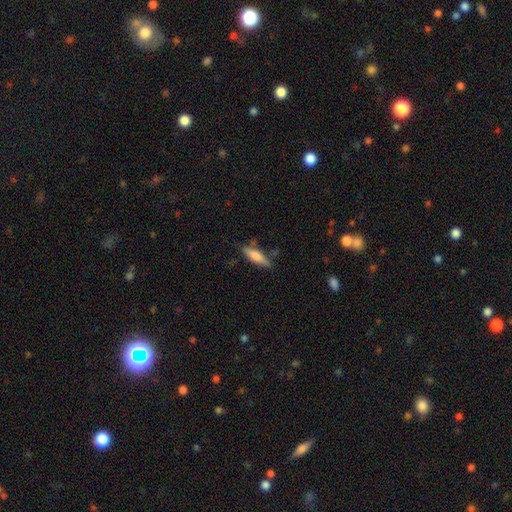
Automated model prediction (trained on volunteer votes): The model was most divided on "how rounded": cigar-shaped: 61%, in between: 37%, round: 2%. More confident: merging — none (72%); smooth or featured — smooth (68%).